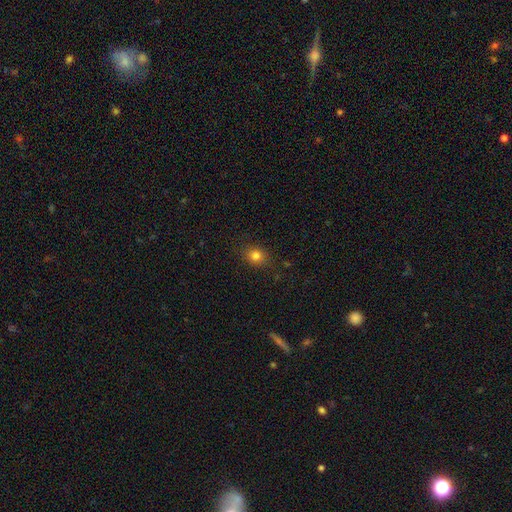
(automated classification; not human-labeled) A smooth galaxy with no disk features (80%) that is round (63%).

Vote fractions:
- Smooth or featured? smooth: 80% / star or artifact: 13% / featured or disk: 7%
- How rounded? round: 63% / in between: 36% / cigar-shaped: 1%
- Merging? none: 85% / minor disturbance: 10% / major disturbance: 3% / merger: 1%